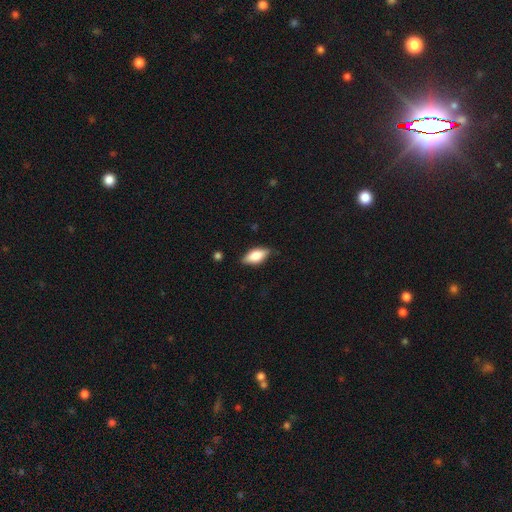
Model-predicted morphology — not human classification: smooth-or-featured: smooth: 72% | featured or disk: 21% | star or artifact: 7%
  how-rounded: in between: 85% | cigar-shaped: 12% | round: 3%
  merging: none: 80% | minor disturbance: 15% | major disturbance: 3% | merger: 1%